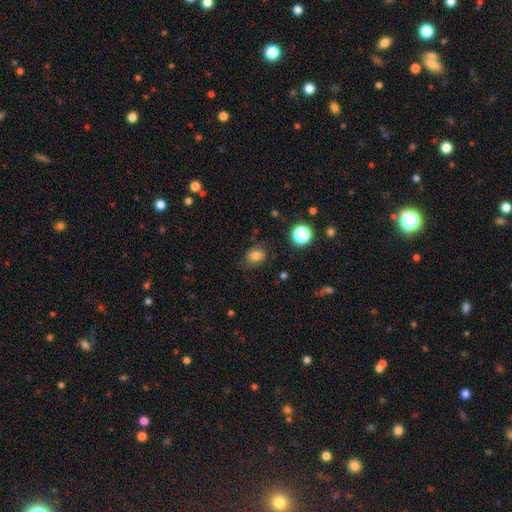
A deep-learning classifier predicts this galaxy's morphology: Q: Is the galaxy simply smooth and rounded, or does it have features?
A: smooth — 77%.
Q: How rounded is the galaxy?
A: in between — 53%.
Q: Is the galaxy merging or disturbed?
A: none — 74%.